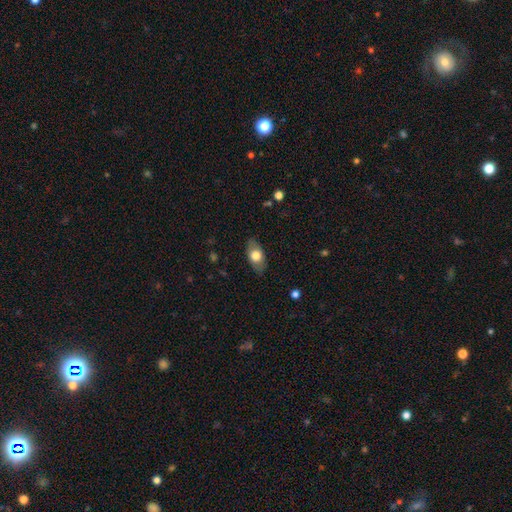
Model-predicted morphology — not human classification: A smooth galaxy with no disk features (69%) that is in between round and cigar-shaped (88%).

Vote fractions:
- Smooth or featured? smooth: 69% / featured or disk: 25% / star or artifact: 6%
- How rounded? in between: 88% / round: 8% / cigar-shaped: 3%
- Merging? none: 81% / minor disturbance: 14% / major disturbance: 4% / merger: 1%